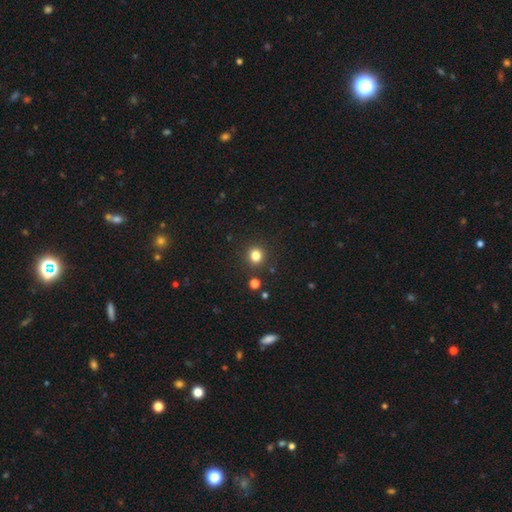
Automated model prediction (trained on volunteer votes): smooth 81%, star or artifact 14%, featured or disk 5%. Down the decision tree: how rounded — round (88%); merging — none (89%).